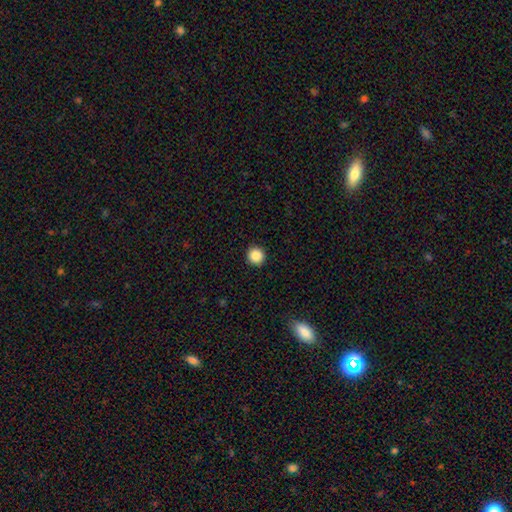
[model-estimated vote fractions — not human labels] Q: Smooth or featured?
A: smooth (88%); runner-up: star or artifact (9%)
Q: How rounded?
A: round (95%); runner-up: in between (4%)
Q: Merging?
A: none (93%); runner-up: minor disturbance (5%)